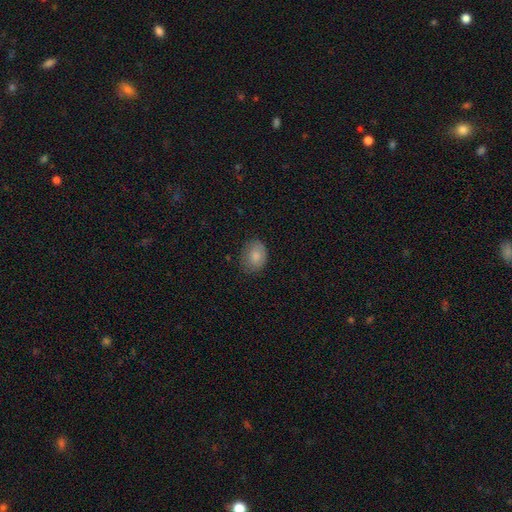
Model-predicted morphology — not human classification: smooth_or_featured: smooth (p=0.83) [alt: featured or disk p=0.09]
how_rounded: in between (p=0.60) [alt: round p=0.39]
merging: none (p=0.75) [alt: minor disturbance p=0.20]